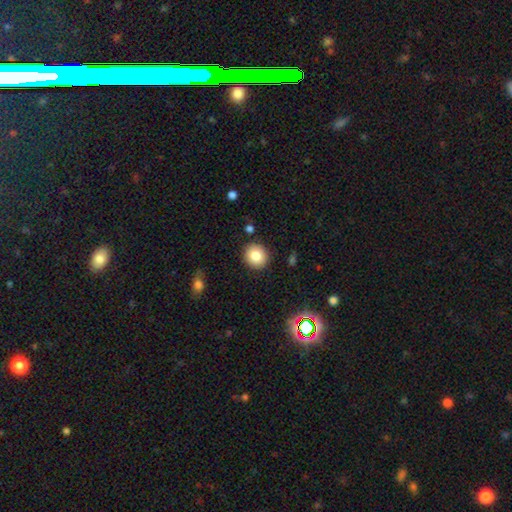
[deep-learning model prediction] Q: Smooth or featured?
A: smooth (82%); runner-up: star or artifact (9%)
Q: How rounded?
A: round (86%); runner-up: in between (13%)
Q: Merging?
A: none (90%); runner-up: minor disturbance (7%)